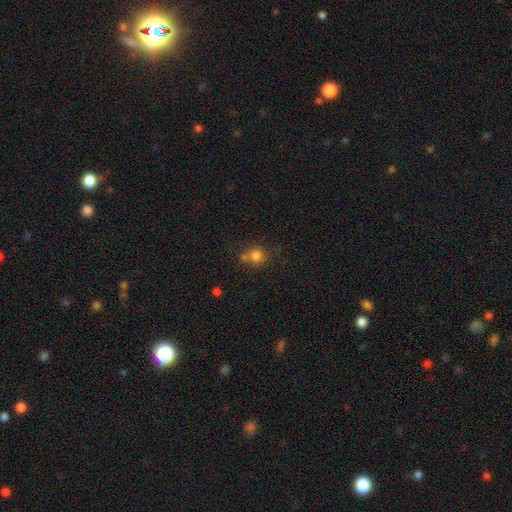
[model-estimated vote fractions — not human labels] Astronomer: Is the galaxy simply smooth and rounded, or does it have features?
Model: smooth — 80%.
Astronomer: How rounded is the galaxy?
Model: round — 87%.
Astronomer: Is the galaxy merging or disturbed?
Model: none — 55%.